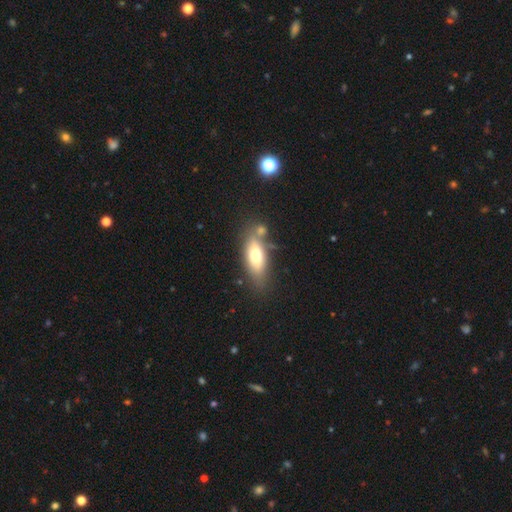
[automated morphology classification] Smooth or featured? smooth (65%)
How rounded? in between (68%)
Merging? none (62%)